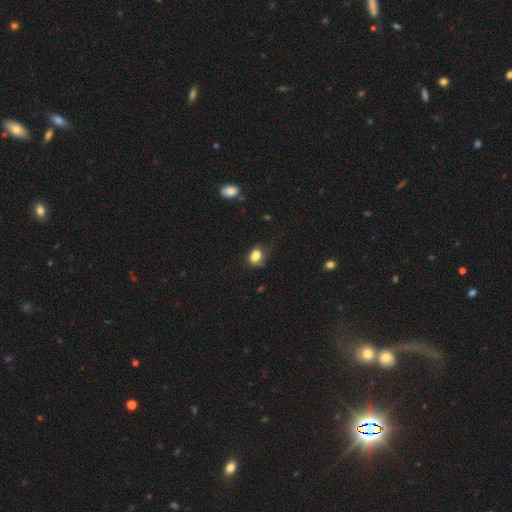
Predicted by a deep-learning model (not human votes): smooth 81%, star or artifact 10%, featured or disk 8%. Down the decision tree: how rounded — in between (71%); merging — none (46%).